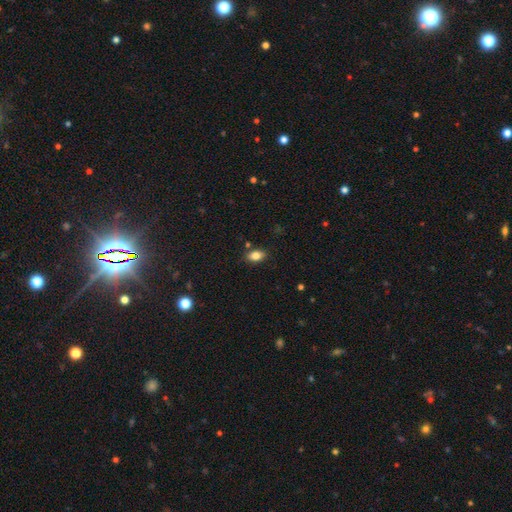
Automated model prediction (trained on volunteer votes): A smooth galaxy with no disk features (83%) that is in between round and cigar-shaped (87%). Merging: none (83%).